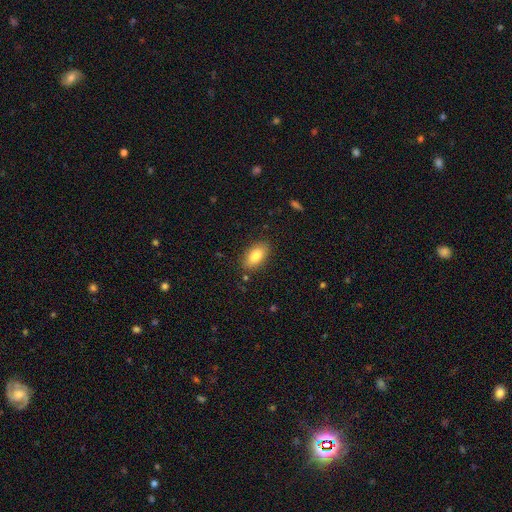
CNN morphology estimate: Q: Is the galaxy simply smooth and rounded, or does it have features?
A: smooth — 81%.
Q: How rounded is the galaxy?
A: in between — 90%.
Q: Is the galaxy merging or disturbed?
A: none — 85%.